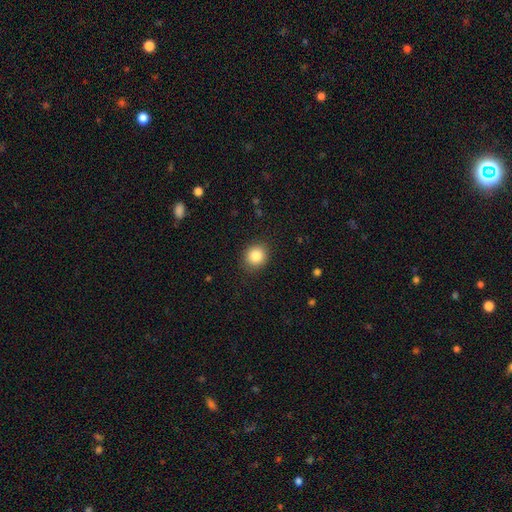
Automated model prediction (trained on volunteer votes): Smooth or featured? Predicted: smooth (p=0.85). How rounded? Predicted: round (p=0.79). Merging? Predicted: none (p=0.89).